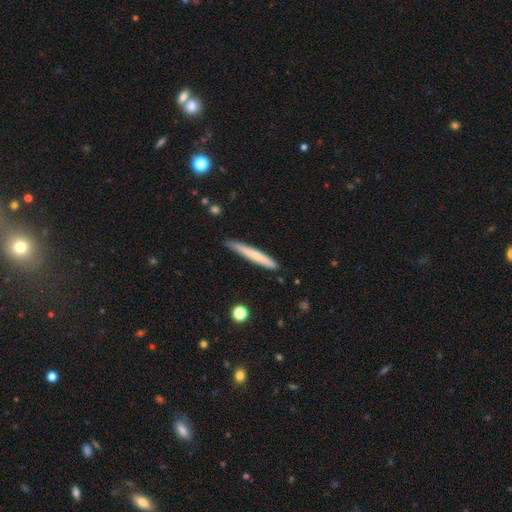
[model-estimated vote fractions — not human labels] Overall: smooth (63%; featured or disk 31%). How rounded: cigar-shaped (96%). Merging: none (85%).